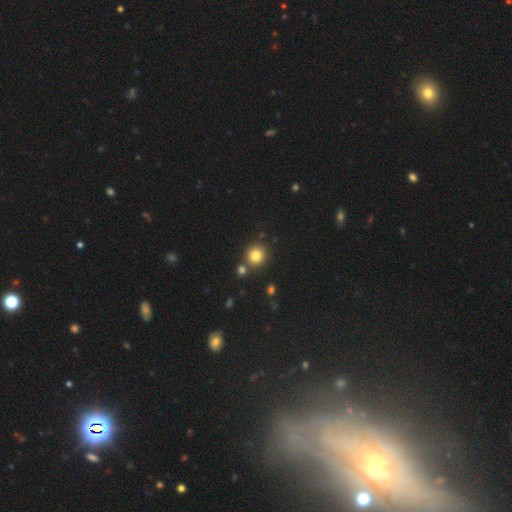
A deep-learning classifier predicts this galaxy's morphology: A smooth galaxy with no disk features (81%) that is round (92%).

Vote fractions:
- Smooth or featured? smooth: 81% / star or artifact: 12% / featured or disk: 7%
- How rounded? round: 92% / in between: 7% / cigar-shaped: 1%
- Merging? none: 80% / merger: 11% / minor disturbance: 7% / major disturbance: 2%